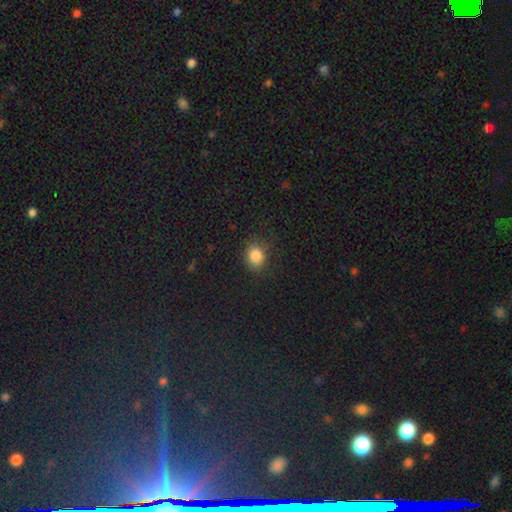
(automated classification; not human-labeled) Smooth or featured: smooth — 85% (star or artifact — 11%)
How rounded: round — 62% (in between — 37%)
Merging: none — 82% (minor disturbance — 13%)